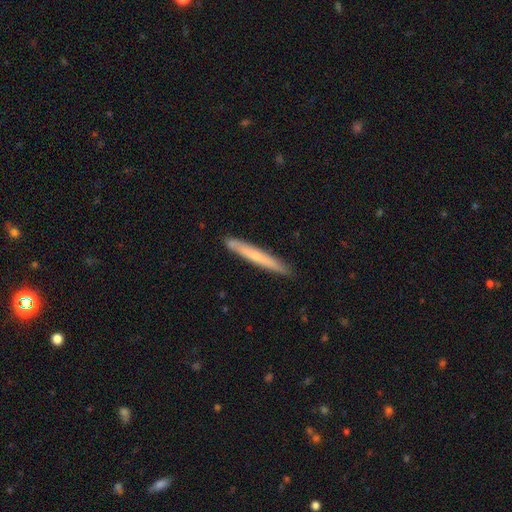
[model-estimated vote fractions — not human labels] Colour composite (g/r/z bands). It shows a smooth galaxy with no disk features (56%) that is cigar-shaped (97%). Merging: none (89%).